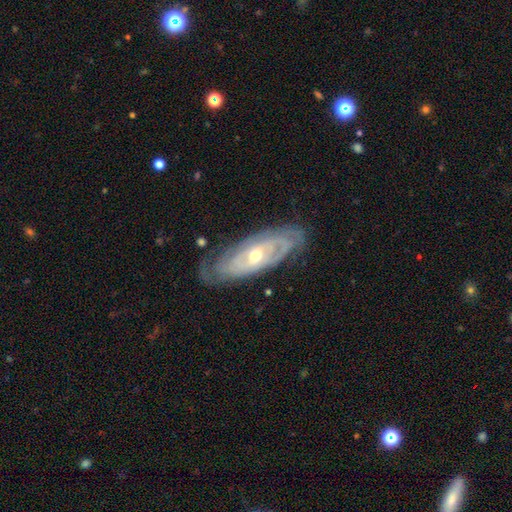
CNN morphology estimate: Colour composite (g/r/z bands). It shows a featured or disk galaxy (84%) with no bar (58%), tight (73%) spiral arms (89%) and a moderate central bulge (59%). Merging: none (74%).